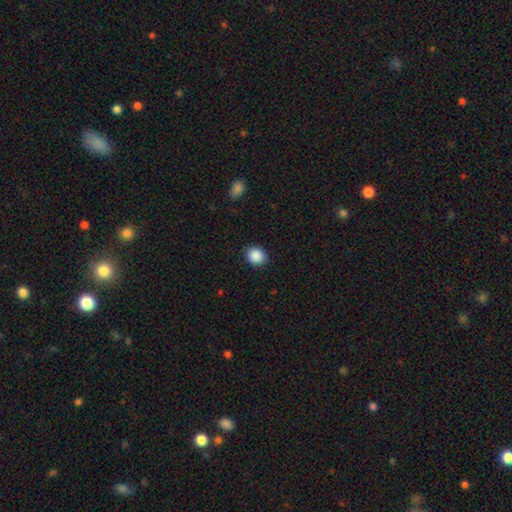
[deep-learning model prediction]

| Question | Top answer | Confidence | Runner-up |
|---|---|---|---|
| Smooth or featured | smooth | 89% | star or artifact (8%) |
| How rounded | round | 78% | in between (21%) |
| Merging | none | 90% | minor disturbance (7%) |